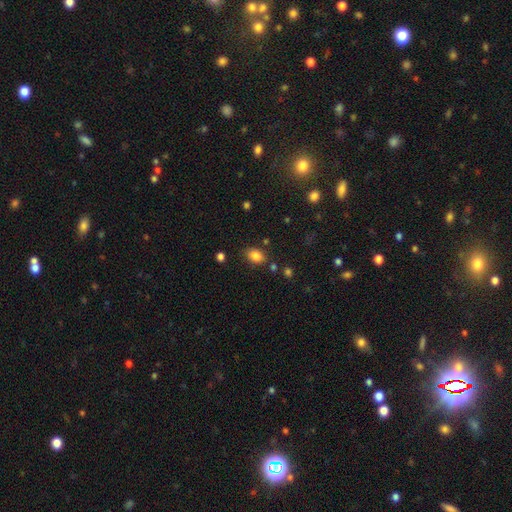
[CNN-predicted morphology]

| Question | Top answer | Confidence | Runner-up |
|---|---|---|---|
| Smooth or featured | smooth | 84% | star or artifact (10%) |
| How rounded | in between | 79% | round (20%) |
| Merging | none | 79% | minor disturbance (13%) |